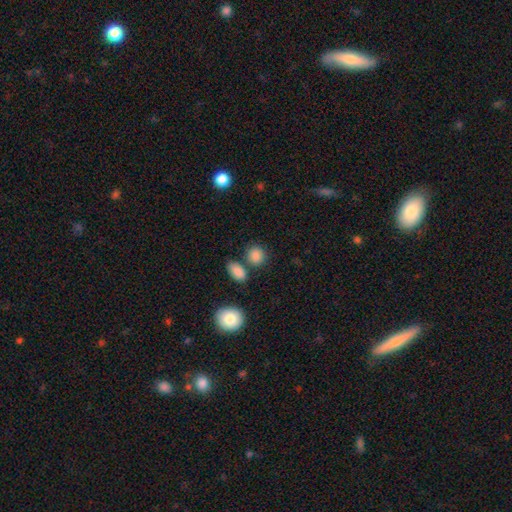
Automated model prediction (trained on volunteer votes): Smooth or featured?
  - smooth: 87% *
  - star or artifact: 9%
  - featured or disk: 4%
How rounded?
  - round: 72% *
  - in between: 26%
  - cigar-shaped: 1%
Merging?
  - none: 72% *
  - merger: 13%
  - minor disturbance: 11%
  - major disturbance: 4%